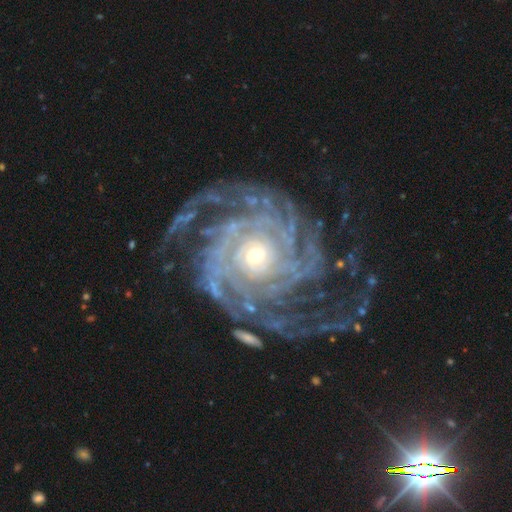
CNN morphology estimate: smooth_or_featured: featured or disk (p=0.93) [alt: star or artifact p=0.05]
disk_edge_on: no (p=0.98) [alt: yes p=0.02]
bar: no (p=0.73) [alt: weak p=0.16]
has_spiral_arms: yes (p=0.98) [alt: no p=0.02]
spiral_winding: tight (p=0.72) [alt: medium p=0.23]
spiral_arm_count: more than 4 (p=0.21) [alt: 4 p=0.19]
bulge_size: small (p=0.60) [alt: moderate p=0.35]
merging: none (p=0.69) [alt: major disturbance p=0.15]